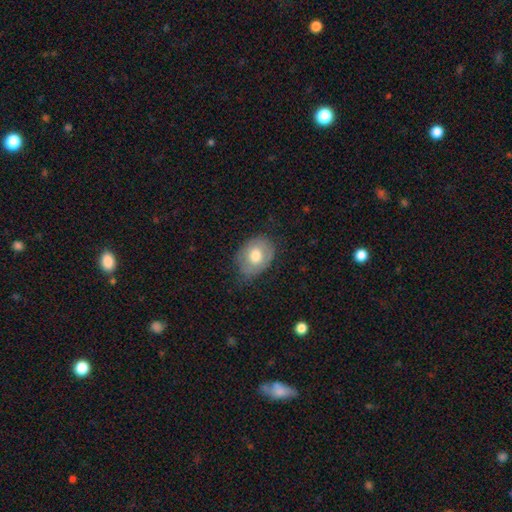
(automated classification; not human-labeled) A smooth galaxy with no disk features (66%) that is in between round and cigar-shaped (70%).

Vote fractions:
- Smooth or featured? smooth: 66% / featured or disk: 27% / star or artifact: 7%
- How rounded? in between: 70% / round: 29% / cigar-shaped: 1%
- Merging? none: 63% / minor disturbance: 28% / major disturbance: 8% / merger: 1%